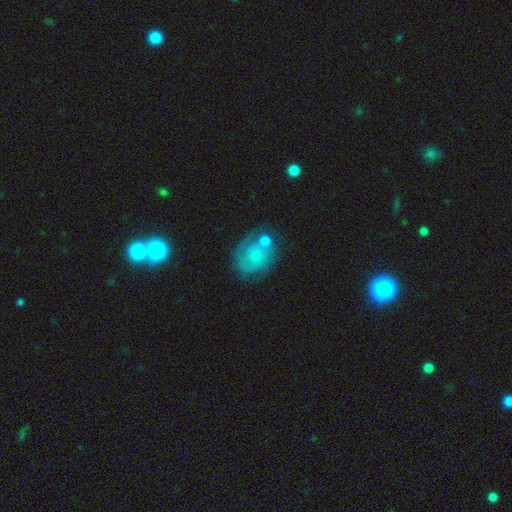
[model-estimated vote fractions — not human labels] A featured or disk galaxy (53%) with no bar (81%), spiral arms (71%) and a small central bulge (57%).

Vote fractions:
- Smooth or featured? featured or disk: 53% / smooth: 39% / star or artifact: 8%
- Edge-on disk? no: 98% / yes: 2%
- Bar? no: 81% / weak: 16% / strong: 2%
- Spiral arms? yes: 71% / no: 29%
- Bulge size? small: 57% / moderate: 30% / none: 9% / large: 3% / dominant: 2%
- Merging? none: 46% / merger: 23% / minor disturbance: 19% / major disturbance: 11%